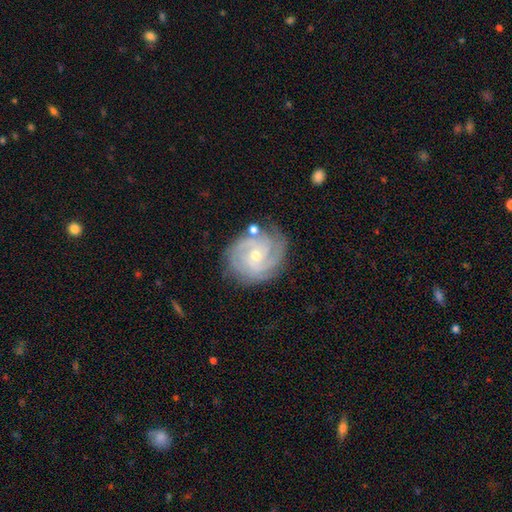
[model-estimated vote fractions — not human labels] A featured or disk galaxy (87%) with no bar (66%), 3 (36%) tight (69%) spiral arms (97%) and a small central bulge (61%).

Vote fractions:
- Smooth or featured? featured or disk: 87% / smooth: 8% / star or artifact: 6%
- Edge-on disk? no: 98% / yes: 2%
- Bar? no: 66% / weak: 29% / strong: 6%
- Spiral arms? yes: 97% / no: 3%
- Spiral winding? tight: 69% / medium: 27% / loose: 4%
- Spiral arm count? 3: 36% / 2: 22% / can't tell: 18% / 4: 14% / more than 4: 5% / 1: 5%
- Bulge size? small: 61% / moderate: 36% / large: 1% / none: 1% / dominant: 1%
- Merging? none: 74% / minor disturbance: 16% / major disturbance: 5% / merger: 4%